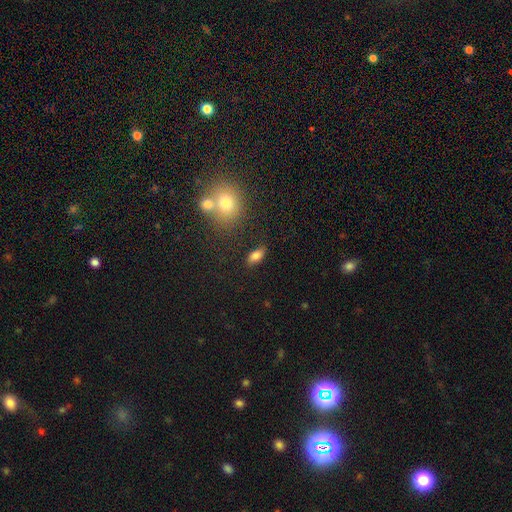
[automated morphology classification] Q: Smooth or featured?
A: smooth (80%); runner-up: featured or disk (10%)
Q: How rounded?
A: in between (86%); runner-up: cigar-shaped (9%)
Q: Merging?
A: none (80%); runner-up: minor disturbance (12%)